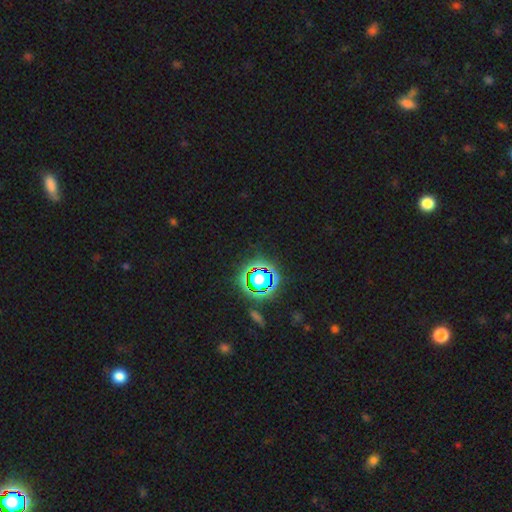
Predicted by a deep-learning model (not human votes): A star or artifact, not a galaxy (79%).